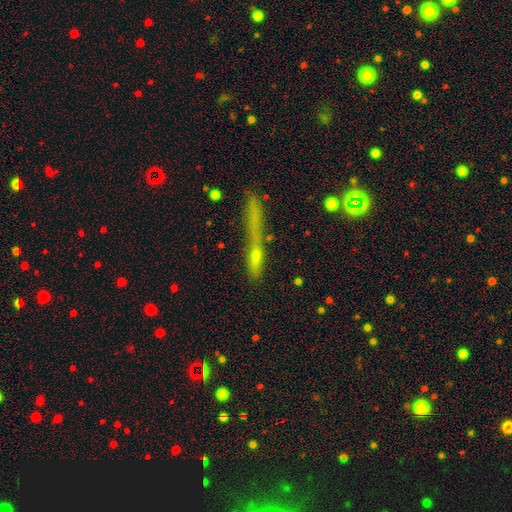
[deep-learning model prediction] Overall: smooth (50%; featured or disk 32%). How rounded: cigar-shaped (81%). Merging: none (52%; minor disturbance 18%).